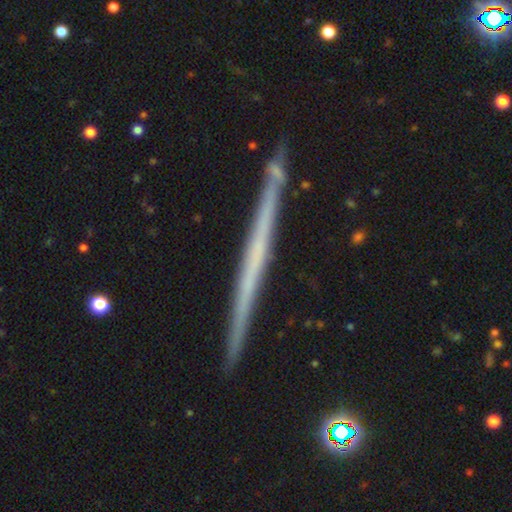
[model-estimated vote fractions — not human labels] Q: Smooth or featured?
A: featured or disk (67%); runner-up: smooth (26%)
Q: Edge-on disk?
A: yes (98%); runner-up: no (2%)
Q: Edge-on bulge?
A: none (92%); runner-up: rounded (6%)
Q: Merging?
A: none (91%); runner-up: minor disturbance (7%)